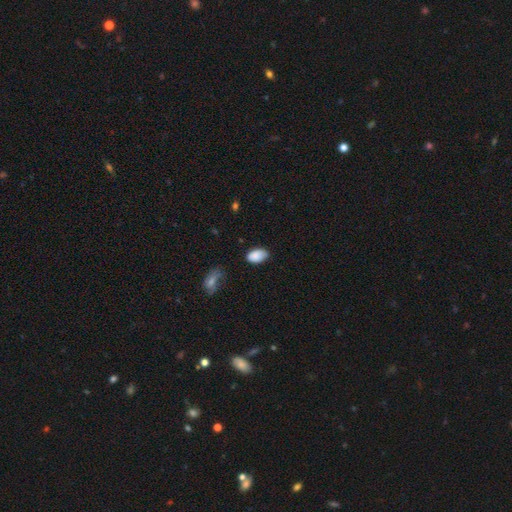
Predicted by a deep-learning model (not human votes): Morphology: type=smooth (87%); roundness=in between (92%); merging=none (68%).